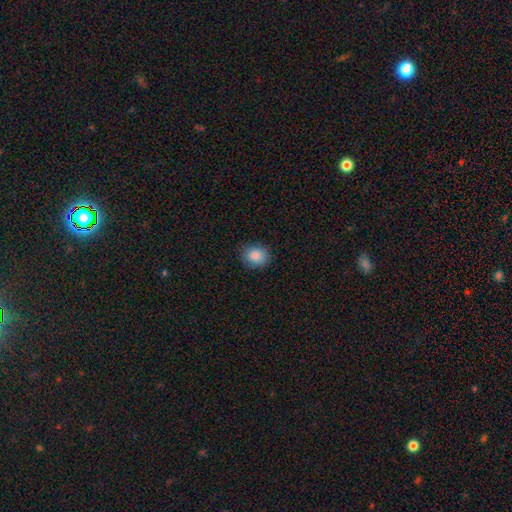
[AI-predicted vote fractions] A smooth galaxy with no disk features (87%) that is round (73%).

Vote fractions:
- Smooth or featured? smooth: 87% / star or artifact: 9% / featured or disk: 4%
- How rounded? round: 73% / in between: 26% / cigar-shaped: 1%
- Merging? none: 87% / minor disturbance: 10% / major disturbance: 2% / merger: 1%